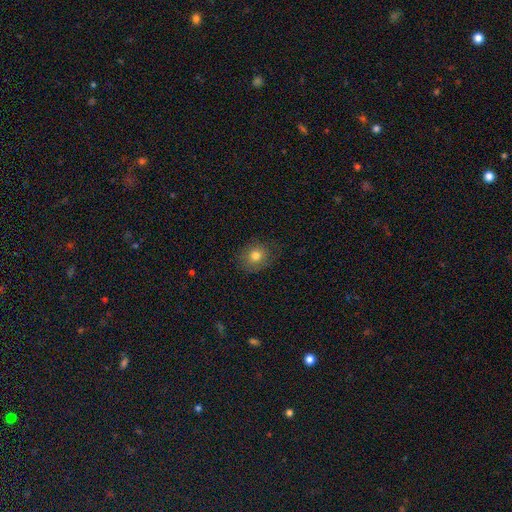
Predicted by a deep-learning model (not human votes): smooth-or-featured: smooth: 78% | star or artifact: 12% | featured or disk: 10%
  how-rounded: round: 71% | in between: 28% | cigar-shaped: 1%
  merging: none: 80% | minor disturbance: 15% | major disturbance: 4% | merger: 1%